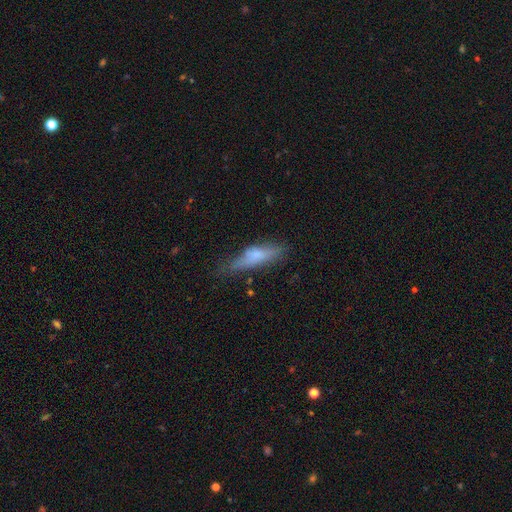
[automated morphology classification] smooth 63%, featured or disk 29%, star or artifact 8%. Down the decision tree: how rounded — cigar-shaped (62%); merging — none (49%).